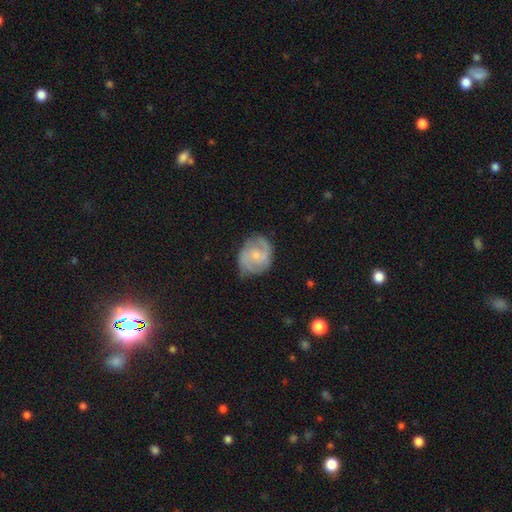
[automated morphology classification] type=featured or disk (72%); edge-on=no (98%); bar=no (61%); spiral arms=yes (92%); winding=medium (47%); arm count=2 (69%); bulge=small (67%); merging=none (70%).